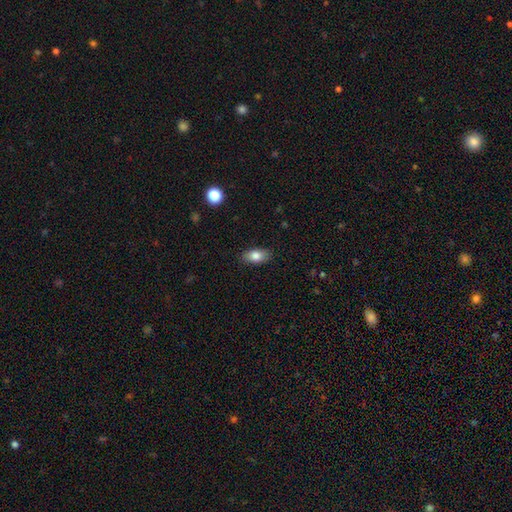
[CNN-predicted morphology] A smooth galaxy with no disk features (82%) that is in between round and cigar-shaped (89%).

Vote fractions:
- Smooth or featured? smooth: 82% / featured or disk: 10% / star or artifact: 8%
- How rounded? in between: 89% / round: 6% / cigar-shaped: 5%
- Merging? none: 87% / minor disturbance: 10% / major disturbance: 2% / merger: 1%